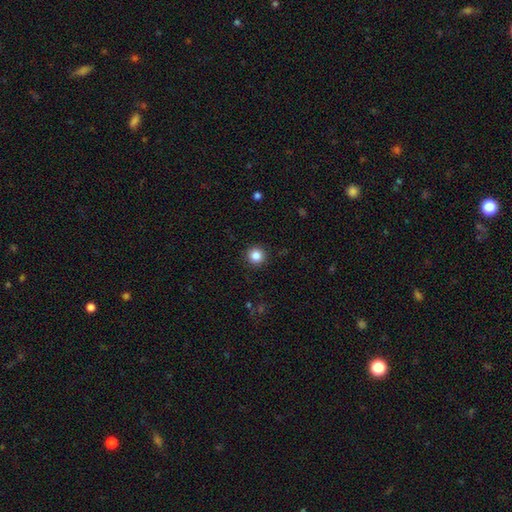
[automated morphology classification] Q: Smooth or featured?
A: smooth (85%); runner-up: star or artifact (11%)
Q: How rounded?
A: round (95%); runner-up: in between (4%)
Q: Merging?
A: none (92%); runner-up: minor disturbance (5%)